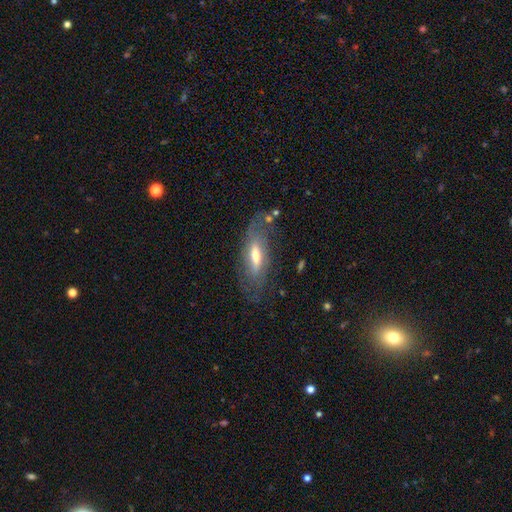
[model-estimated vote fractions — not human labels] A featured or disk galaxy (55%).

Vote fractions:
- Smooth or featured? featured or disk: 55% / smooth: 38% / star or artifact: 7%
- Edge-on disk? no: 61% / yes: 39%
- Merging? none: 65% / minor disturbance: 21% / major disturbance: 12% / merger: 3%